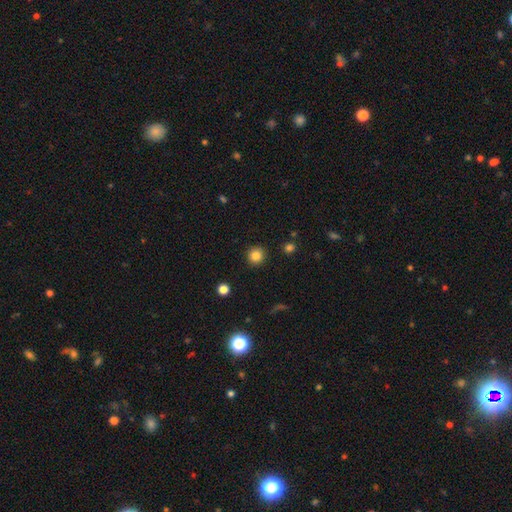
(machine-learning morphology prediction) This appears to be a smooth galaxy with no disk features (84%) that is round (92%). Merging: none (91%).